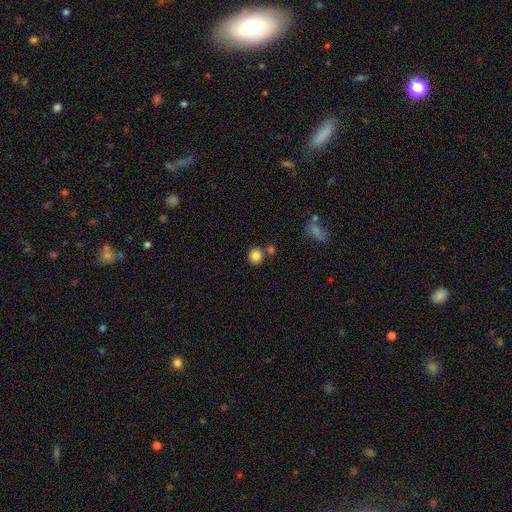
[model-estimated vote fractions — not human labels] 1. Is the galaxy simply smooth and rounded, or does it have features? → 84% smooth, 10% star or artifact, 6% featured or disk.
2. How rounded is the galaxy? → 84% round, 15% in between, 1% cigar-shaped.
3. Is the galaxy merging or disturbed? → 74% none, 13% merger, 10% minor disturbance, 3% major disturbance.